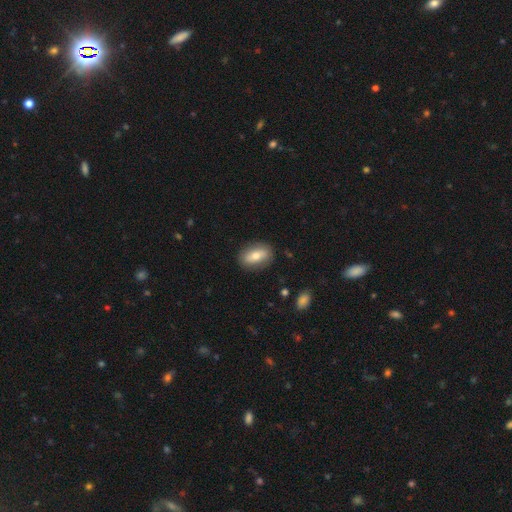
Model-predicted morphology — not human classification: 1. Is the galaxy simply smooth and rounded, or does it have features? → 67% smooth, 26% featured or disk, 7% star or artifact.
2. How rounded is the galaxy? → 84% in between, 11% round, 5% cigar-shaped.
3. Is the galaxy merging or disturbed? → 85% none, 11% minor disturbance, 3% major disturbance, 1% merger.